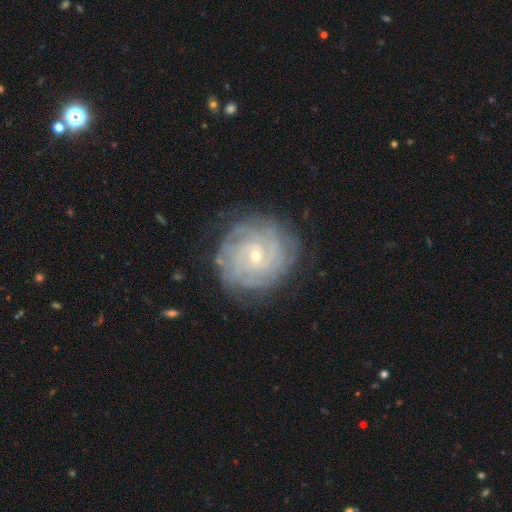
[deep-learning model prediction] This appears to be a featured or disk galaxy (86%) with no bar (60%), tight (82%) spiral arms (97%) and a small central bulge (73%). Merging: none (81%).